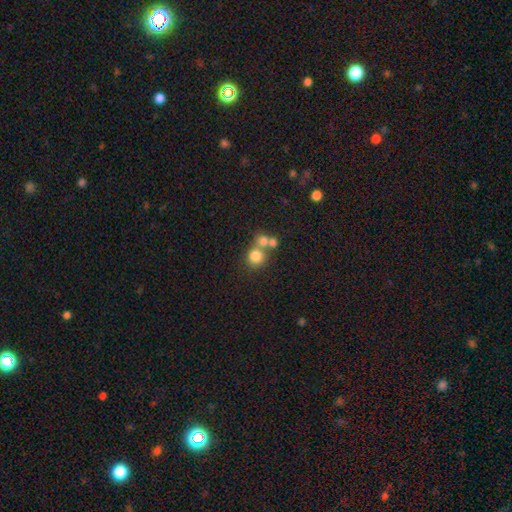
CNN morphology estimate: Smooth or featured: smooth — 76% (star or artifact — 13%)
How rounded: round — 88% (in between — 11%)
Merging: none — 48% (merger — 41%)